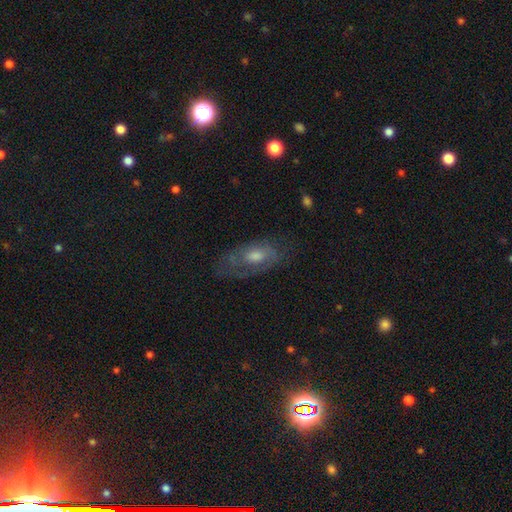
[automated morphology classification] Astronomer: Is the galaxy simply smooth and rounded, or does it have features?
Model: featured or disk — 60%.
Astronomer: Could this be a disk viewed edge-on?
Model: no — 88%.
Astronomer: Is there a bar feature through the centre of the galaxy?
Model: no — 73%.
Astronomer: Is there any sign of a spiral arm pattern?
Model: yes — 64%.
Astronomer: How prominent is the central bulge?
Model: moderate — 60%.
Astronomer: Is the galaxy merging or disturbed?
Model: none — 60%.